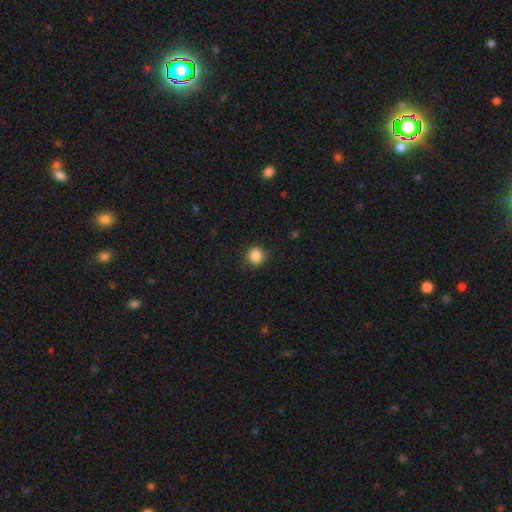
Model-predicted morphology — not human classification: Smooth or featured: smooth — 87% (star or artifact — 10%)
How rounded: round — 89% (in between — 10%)
Merging: none — 87% (minor disturbance — 10%)